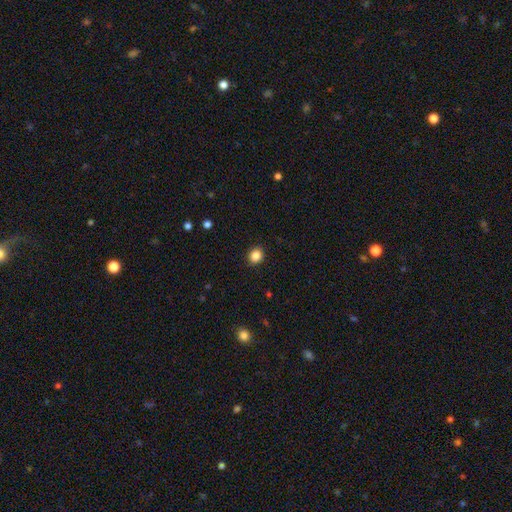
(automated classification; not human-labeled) This is clearly a smooth galaxy (86%). How rounded: likely round (76%). Merging: clearly none (91%).